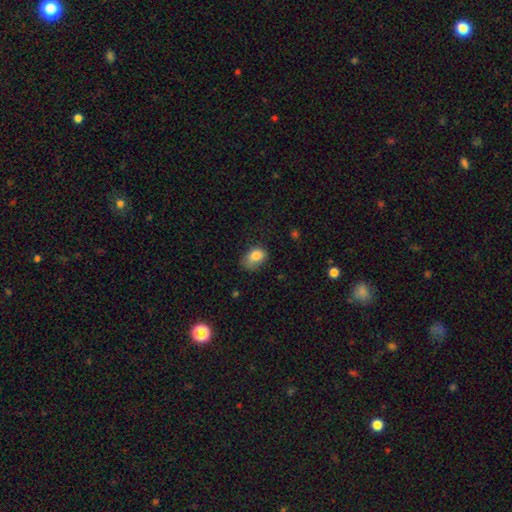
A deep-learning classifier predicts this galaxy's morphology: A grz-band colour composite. It shows a smooth galaxy with no disk features (81%) that is in between round and cigar-shaped (70%). Merging: none (44%).